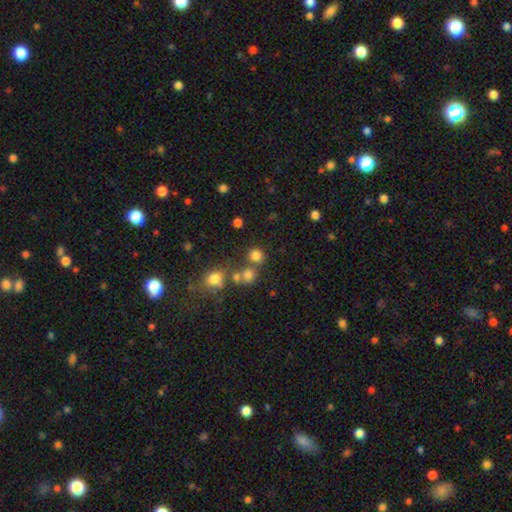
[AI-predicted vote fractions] Smooth or featured? smooth (77%)
How rounded? round (88%)
Merging? none (68%)